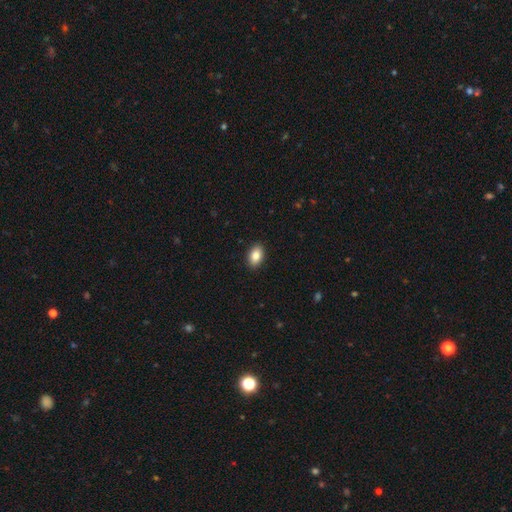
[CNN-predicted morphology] Overall: smooth (85%). How rounded: in between (90%). Merging: none (90%).